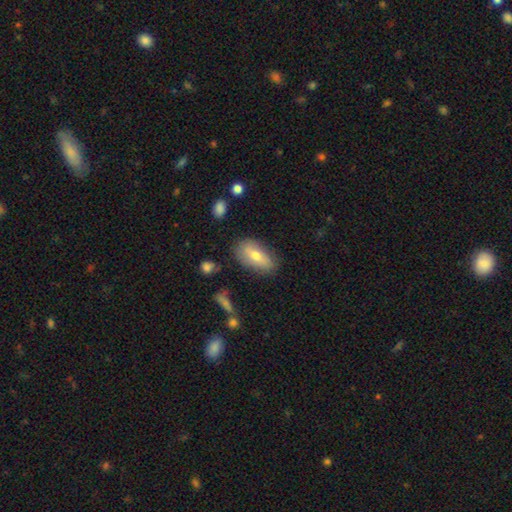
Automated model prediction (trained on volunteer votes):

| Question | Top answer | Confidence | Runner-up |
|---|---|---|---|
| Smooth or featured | smooth | 63% | featured or disk (30%) |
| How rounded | in between | 88% | cigar-shaped (8%) |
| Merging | none | 76% | minor disturbance (18%) |